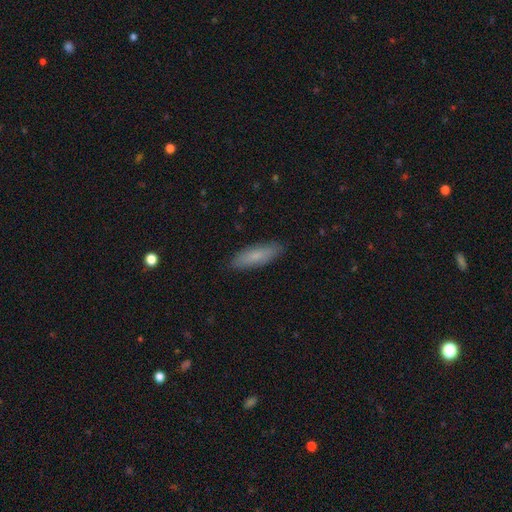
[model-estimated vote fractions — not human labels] smooth_or_featured: smooth (p=0.76) [alt: featured or disk p=0.18]
how_rounded: cigar-shaped (p=0.53) [alt: in between p=0.45]
merging: none (p=0.88) [alt: minor disturbance p=0.09]